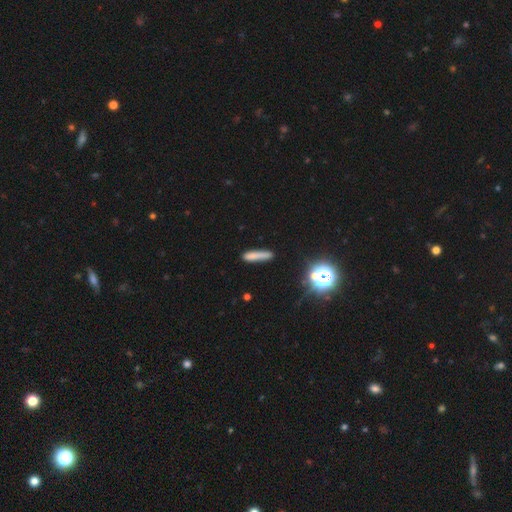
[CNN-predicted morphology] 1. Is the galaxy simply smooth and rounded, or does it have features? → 75% smooth, 13% featured or disk, 12% star or artifact.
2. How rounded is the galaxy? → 91% cigar-shaped, 7% in between, 2% round.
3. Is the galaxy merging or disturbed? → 80% none, 14% minor disturbance, 3% major disturbance, 2% merger.